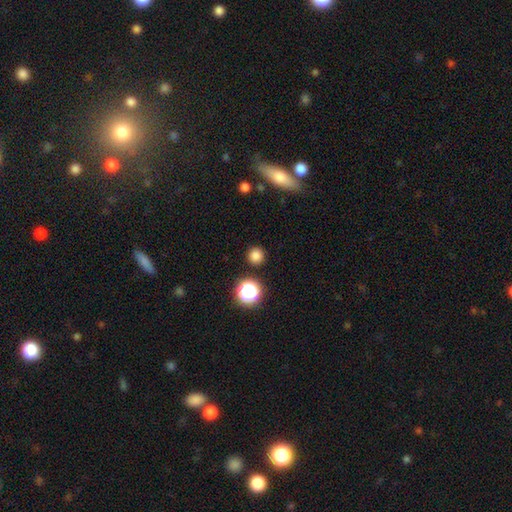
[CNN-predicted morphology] Overall: smooth (81%). How rounded: round (95%). Merging: none (91%).